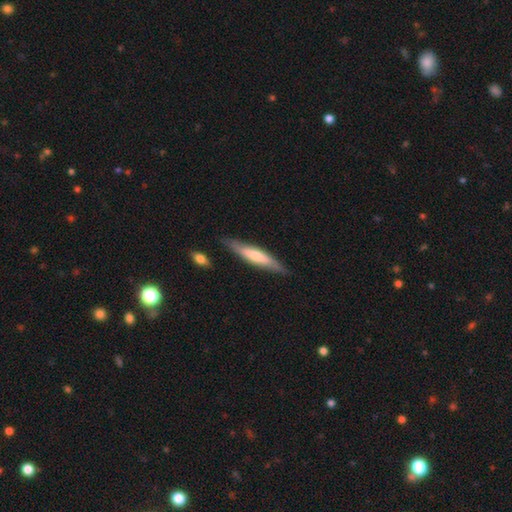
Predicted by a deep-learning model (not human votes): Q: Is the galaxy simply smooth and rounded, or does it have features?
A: smooth — 52%.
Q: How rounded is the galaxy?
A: cigar-shaped — 86%.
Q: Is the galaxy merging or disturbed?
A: none — 82%.